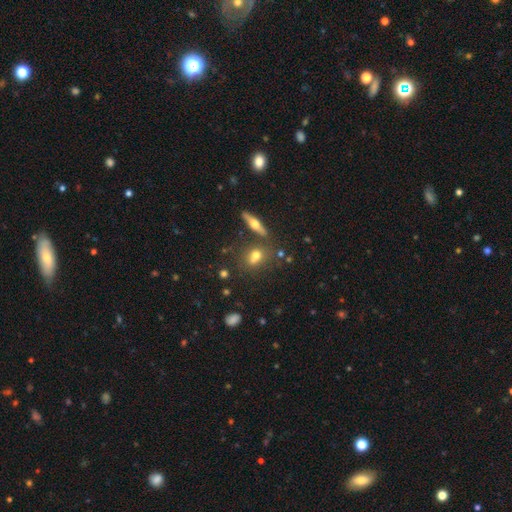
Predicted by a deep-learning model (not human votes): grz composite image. It shows a smooth galaxy with no disk features (61%) that is in between round and cigar-shaped (57%). Merging: none (60%).